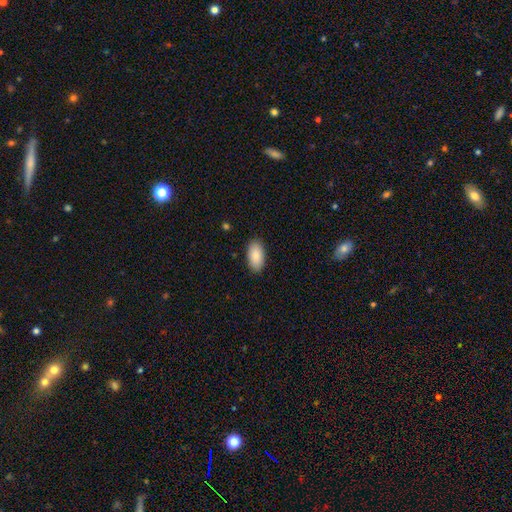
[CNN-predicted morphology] type=smooth (87%); roundness=in between (95%); merging=none (88%).